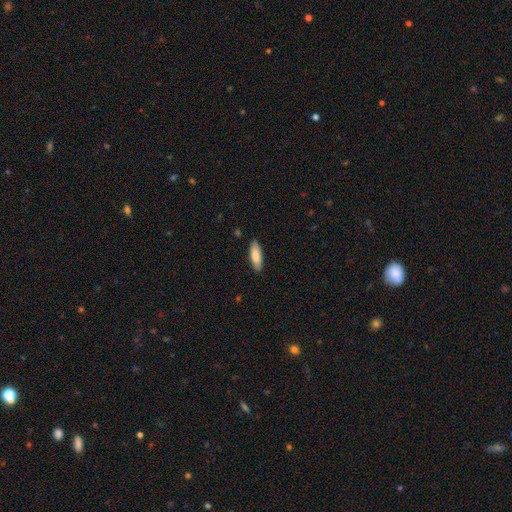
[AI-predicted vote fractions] Smooth or featured: smooth — 81% (featured or disk — 14%)
How rounded: in between — 62% (cigar-shaped — 36%)
Merging: none — 88% (minor disturbance — 9%)